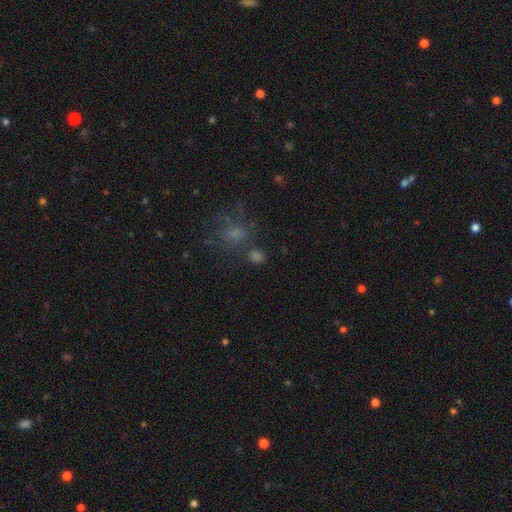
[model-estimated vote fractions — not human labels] Smooth or featured? smooth (56%)
How rounded? round (67%)
Merging? none (58%)